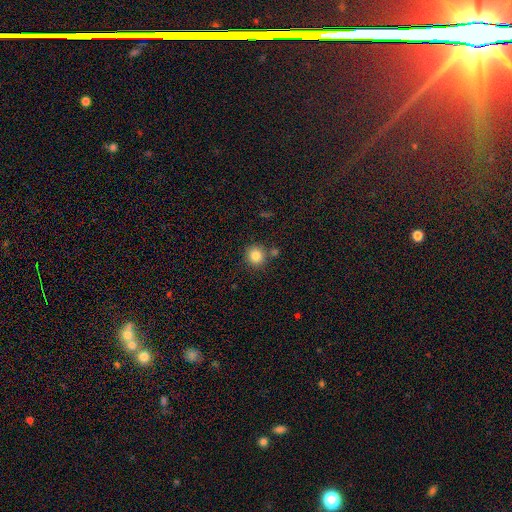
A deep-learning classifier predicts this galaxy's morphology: A smooth galaxy with no disk features (84%) that is round (91%). Merging: none (78%).